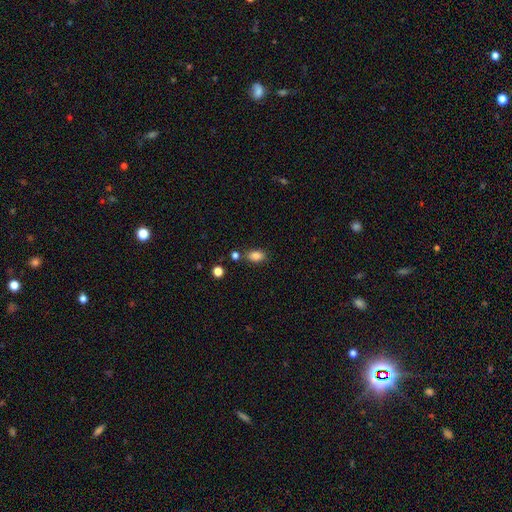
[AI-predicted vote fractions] smooth-or-featured: smooth: 85% | star or artifact: 10% | featured or disk: 5%
  how-rounded: in between: 86% | round: 12% | cigar-shaped: 2%
  merging: none: 75% | minor disturbance: 12% | merger: 9% | major disturbance: 3%